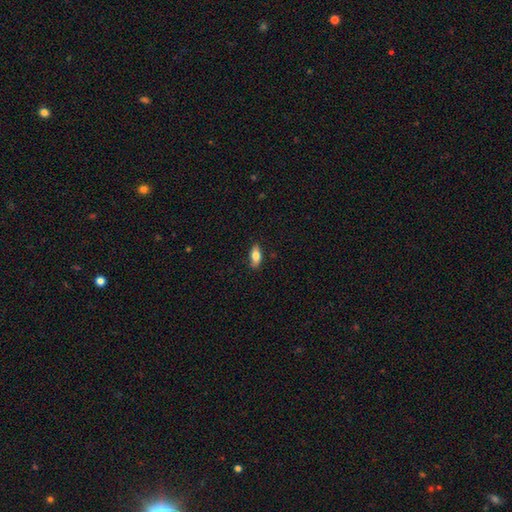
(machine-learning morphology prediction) This is likely a smooth galaxy (76%). How rounded: clearly in between (83%). Merging: clearly none (83%).